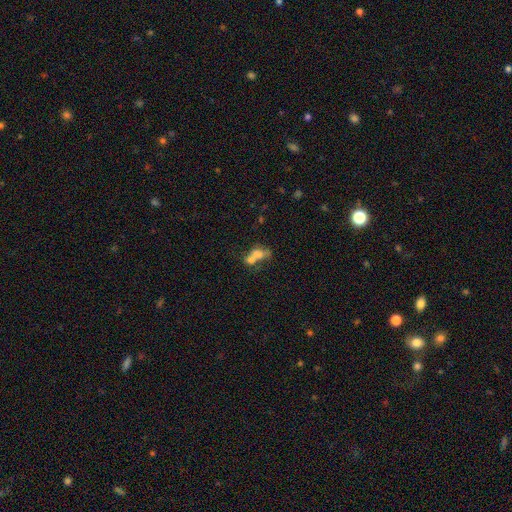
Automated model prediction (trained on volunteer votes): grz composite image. It shows a smooth galaxy with no disk features (60%) that is in between round and cigar-shaped (69%). Merging: merger (66%).